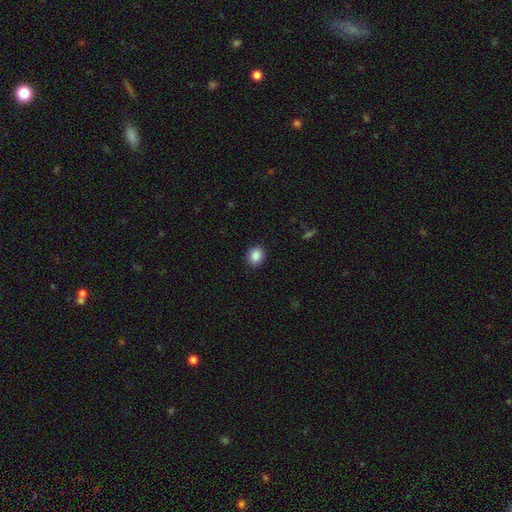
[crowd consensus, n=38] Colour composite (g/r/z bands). It shows a smooth galaxy with no disk features (95%) that is round (81%). Merging: none (100%).